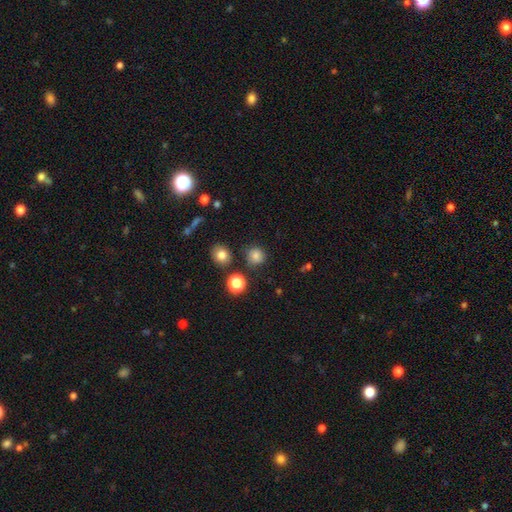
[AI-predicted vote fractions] smooth_or_featured: smooth (p=0.80) [alt: star or artifact p=0.15]
how_rounded: round (p=0.90) [alt: in between p=0.09]
merging: none (p=0.81) [alt: minor disturbance p=0.11]